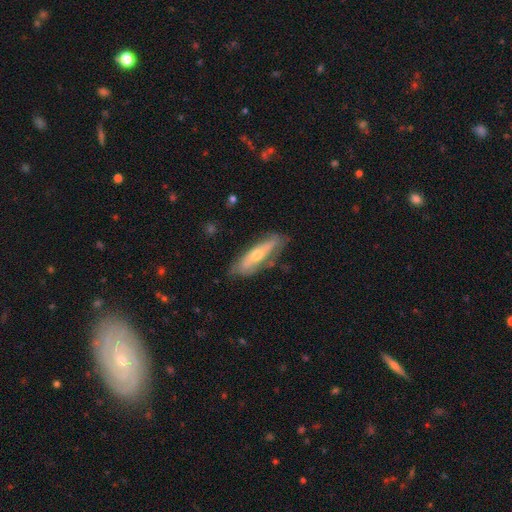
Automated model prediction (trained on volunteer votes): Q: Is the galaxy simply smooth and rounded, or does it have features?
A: featured or disk — 57%.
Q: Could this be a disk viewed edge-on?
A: no — 57%.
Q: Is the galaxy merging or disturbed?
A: none — 68%.